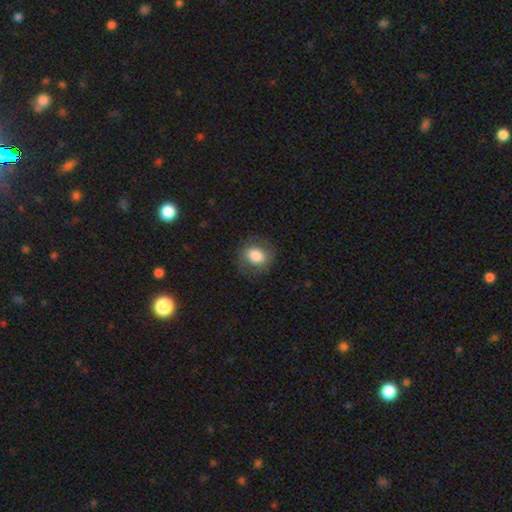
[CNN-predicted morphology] A smooth galaxy with no disk features (80%) that is round (63%). Merging: none (80%).